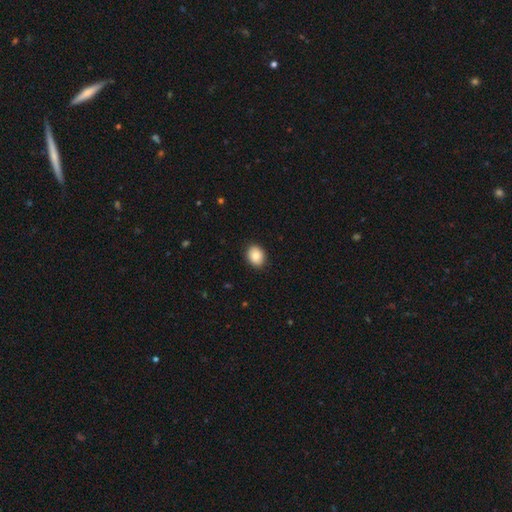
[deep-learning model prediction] smooth 86%, star or artifact 8%, featured or disk 6%. Down the decision tree: how rounded — in between (54%); merging — none (89%).